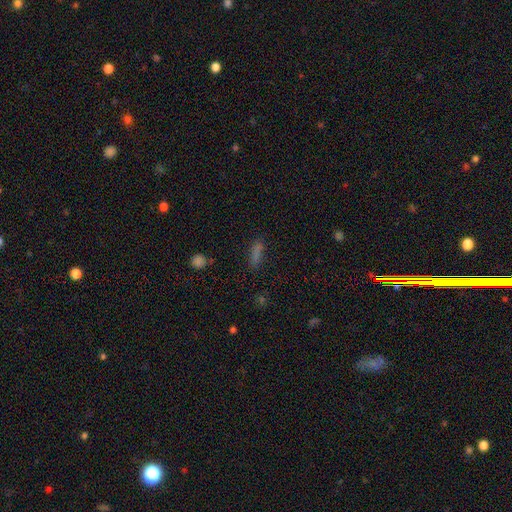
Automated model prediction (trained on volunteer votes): A smooth galaxy with no disk features (74%) that is cigar-shaped (68%).

Vote fractions:
- Smooth or featured? smooth: 74% / star or artifact: 17% / featured or disk: 9%
- How rounded? cigar-shaped: 68% / in between: 29% / round: 4%
- Merging? none: 82% / minor disturbance: 12% / major disturbance: 4% / merger: 2%